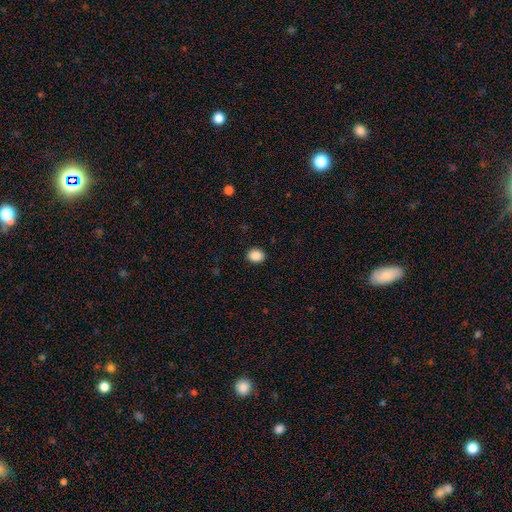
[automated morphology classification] Q: Smooth or featured?
A: smooth (89%); runner-up: star or artifact (9%)
Q: How rounded?
A: round (52%); runner-up: in between (47%)
Q: Merging?
A: none (90%); runner-up: minor disturbance (7%)